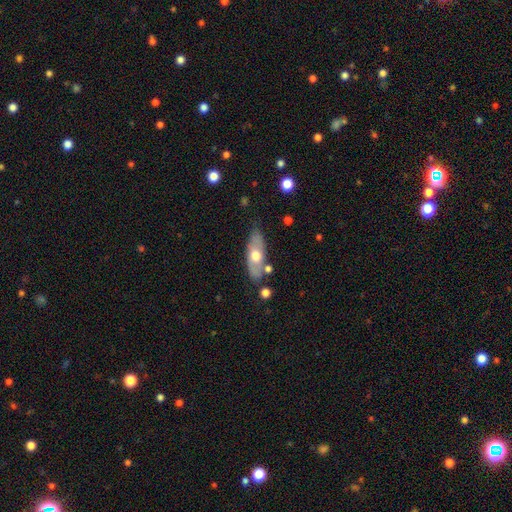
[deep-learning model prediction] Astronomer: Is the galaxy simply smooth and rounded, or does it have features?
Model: smooth — 53% (runner-up: featured or disk, 41%).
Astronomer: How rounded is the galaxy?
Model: in between — 75%.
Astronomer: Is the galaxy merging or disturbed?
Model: none — 73%.